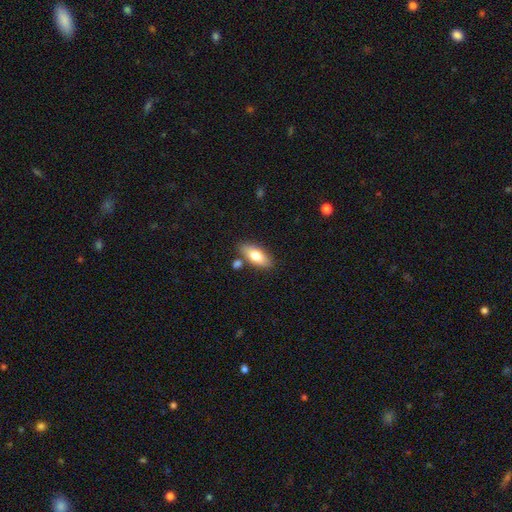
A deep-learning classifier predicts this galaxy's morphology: Smooth or featured? smooth (75%)
How rounded? in between (83%)
Merging? none (79%)